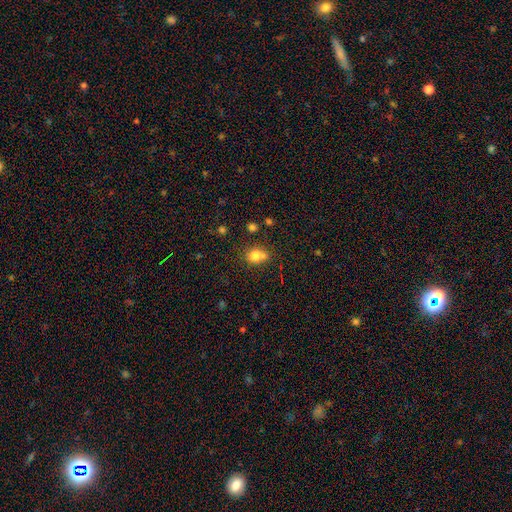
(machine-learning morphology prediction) Q: Smooth or featured?
A: smooth (76%); runner-up: star or artifact (13%)
Q: How rounded?
A: round (64%); runner-up: in between (35%)
Q: Merging?
A: none (42%); runner-up: merger (39%)